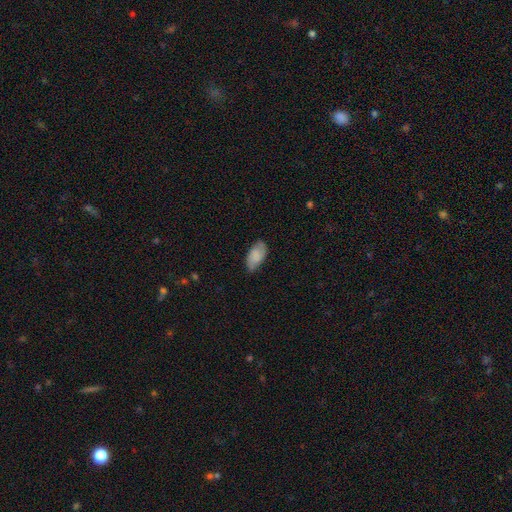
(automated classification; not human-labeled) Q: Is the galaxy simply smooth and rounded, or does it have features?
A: smooth — 78%.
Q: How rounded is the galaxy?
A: in between — 94%.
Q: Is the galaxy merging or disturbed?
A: none — 77%.